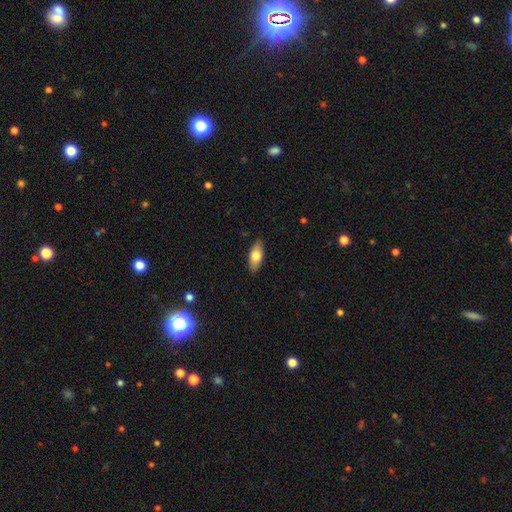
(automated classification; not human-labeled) Smooth or featured?
  - smooth: 74% *
  - featured or disk: 20%
  - star or artifact: 6%
How rounded?
  - in between: 84% *
  - cigar-shaped: 14%
  - round: 3%
Merging?
  - none: 87% *
  - minor disturbance: 10%
  - major disturbance: 2%
  - merger: 1%